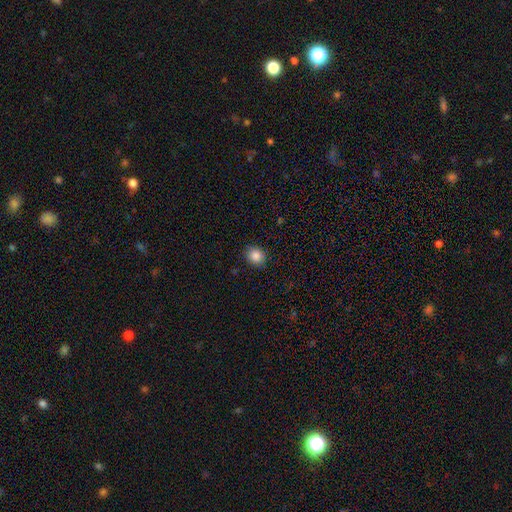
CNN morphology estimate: A smooth galaxy with no disk features (86%) that is round (66%).

Vote fractions:
- Smooth or featured? smooth: 86% / star or artifact: 9% / featured or disk: 5%
- How rounded? round: 66% / in between: 33% / cigar-shaped: 1%
- Merging? none: 88% / minor disturbance: 9% / major disturbance: 2% / merger: 1%